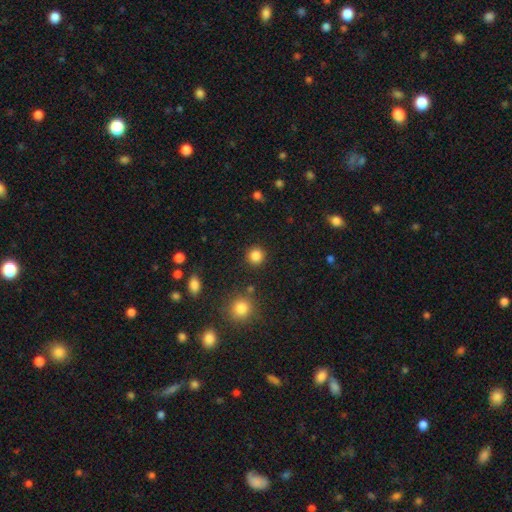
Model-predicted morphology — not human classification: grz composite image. It shows a smooth galaxy with no disk features (85%) that is round (93%). Merging: none (90%).